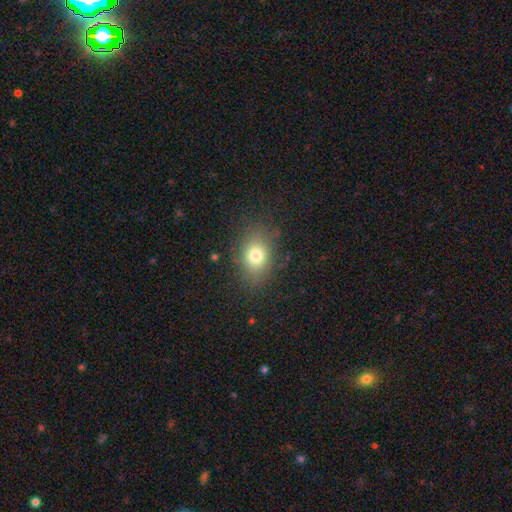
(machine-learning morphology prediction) type=smooth (76%); roundness=in between (63%); merging=none (77%).